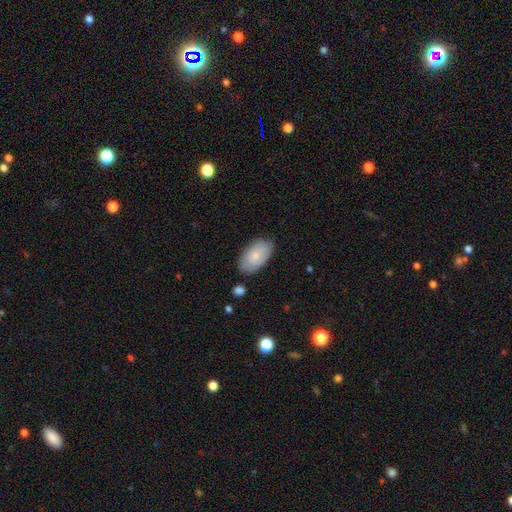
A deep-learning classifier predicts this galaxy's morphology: This appears to be a smooth galaxy with no disk features (77%) that is in between round and cigar-shaped (95%). Merging: none (80%).